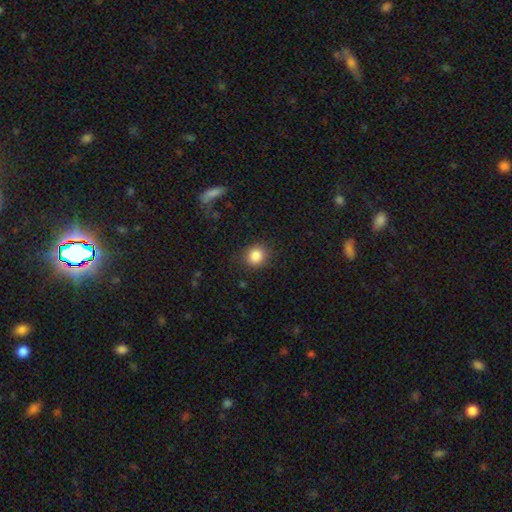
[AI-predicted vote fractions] Morphology: type=smooth (85%); roundness=round (80%); merging=none (86%).